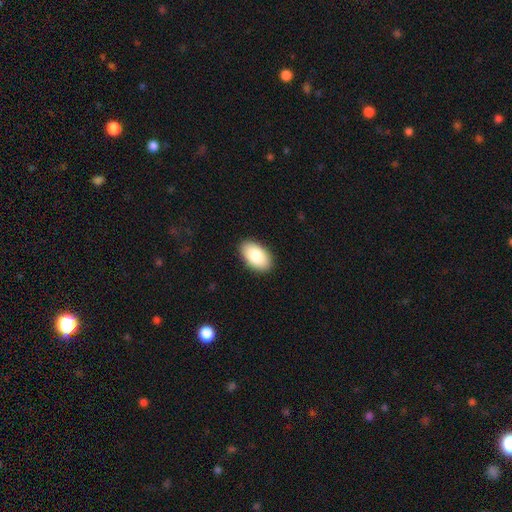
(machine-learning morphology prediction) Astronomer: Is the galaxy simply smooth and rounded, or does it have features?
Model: smooth — 84%.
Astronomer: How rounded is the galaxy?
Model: in between — 94%.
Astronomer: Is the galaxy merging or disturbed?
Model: none — 90%.